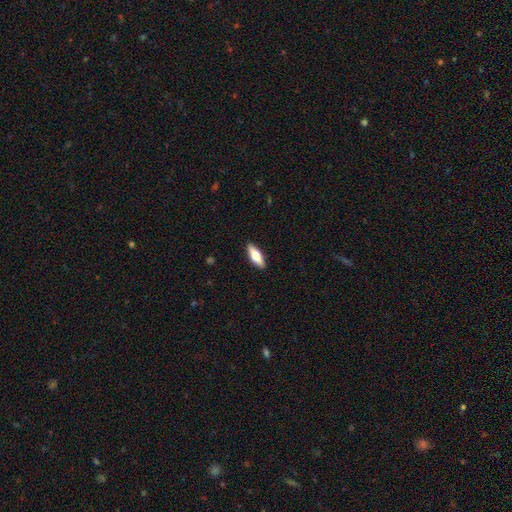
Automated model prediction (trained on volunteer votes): Overall: smooth (63%; featured or disk 32%). How rounded: in between (59%; cigar-shaped 38%). Merging: none (90%).